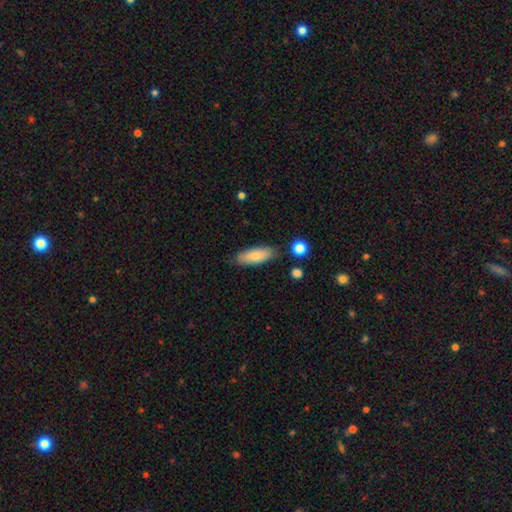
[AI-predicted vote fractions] A smooth galaxy with no disk features (77%) that is in between round and cigar-shaped (68%).

Vote fractions:
- Smooth or featured? smooth: 77% / featured or disk: 17% / star or artifact: 6%
- How rounded? in between: 68% / cigar-shaped: 29% / round: 2%
- Merging? none: 80% / minor disturbance: 14% / merger: 3% / major disturbance: 3%